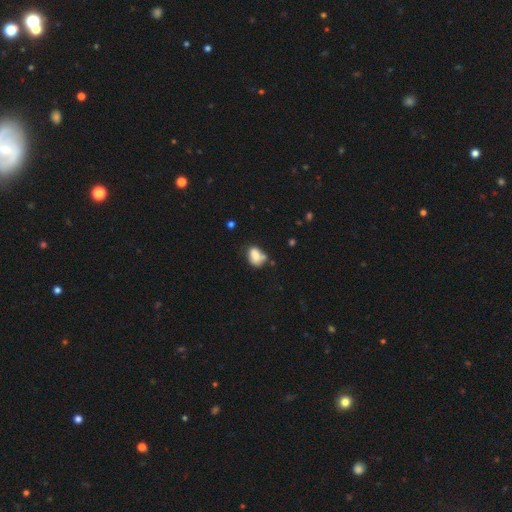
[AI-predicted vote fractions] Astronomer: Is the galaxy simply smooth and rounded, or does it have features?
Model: smooth — 79%.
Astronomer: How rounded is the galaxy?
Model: in between — 73%.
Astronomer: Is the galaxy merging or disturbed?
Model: none — 43% (runner-up: minor disturbance, 29%).